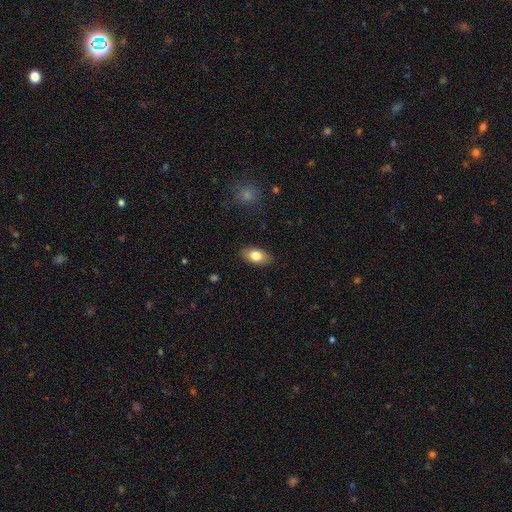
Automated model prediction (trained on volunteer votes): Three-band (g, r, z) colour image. It shows a smooth galaxy with no disk features (81%) that is in between round and cigar-shaped (91%). Merging: none (87%).